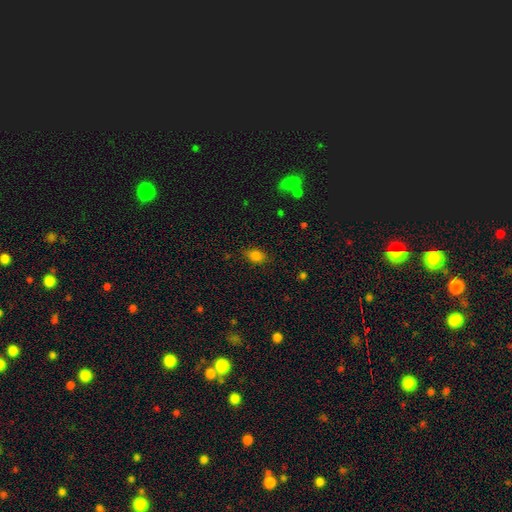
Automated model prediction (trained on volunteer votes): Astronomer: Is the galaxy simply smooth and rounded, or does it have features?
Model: smooth — 81%.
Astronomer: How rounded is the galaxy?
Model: in between — 70%.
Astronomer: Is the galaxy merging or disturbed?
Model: none — 79%.